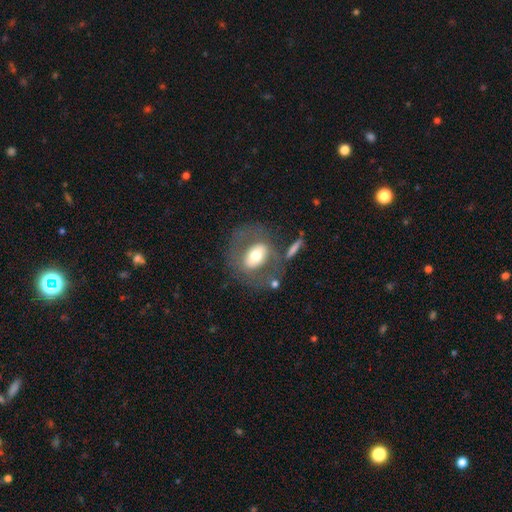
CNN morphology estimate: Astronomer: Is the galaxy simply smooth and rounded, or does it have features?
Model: featured or disk — 50% (runner-up: smooth, 42%).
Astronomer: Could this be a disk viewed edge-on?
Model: no — 90%.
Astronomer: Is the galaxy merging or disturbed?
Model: none — 58%.